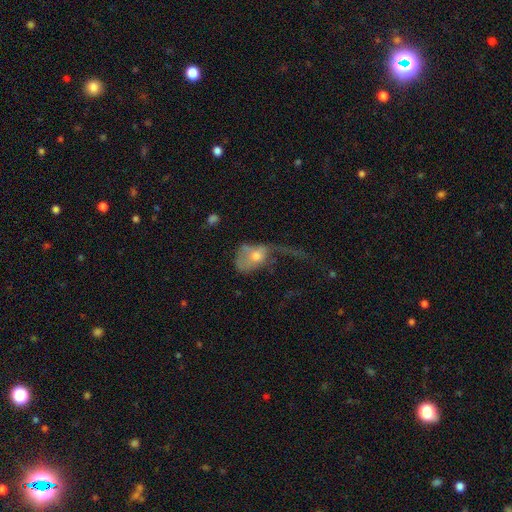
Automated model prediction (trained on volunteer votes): This appears to be a smooth galaxy with no disk features (49%). Merging: major disturbance (67%).